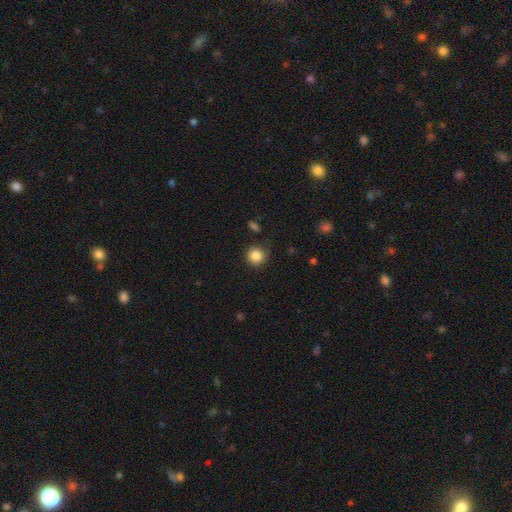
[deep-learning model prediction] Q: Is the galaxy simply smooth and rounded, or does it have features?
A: smooth — 86%.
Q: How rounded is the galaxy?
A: round — 92%.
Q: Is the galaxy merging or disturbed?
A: none — 84%.